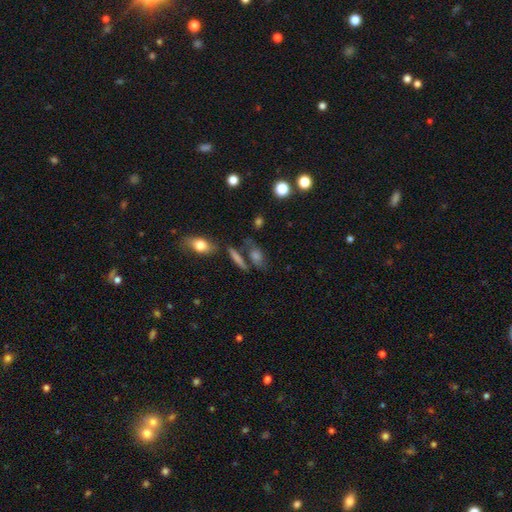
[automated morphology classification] Smooth or featured? smooth (59%)
How rounded? in between (58%)
Merging? none (59%)